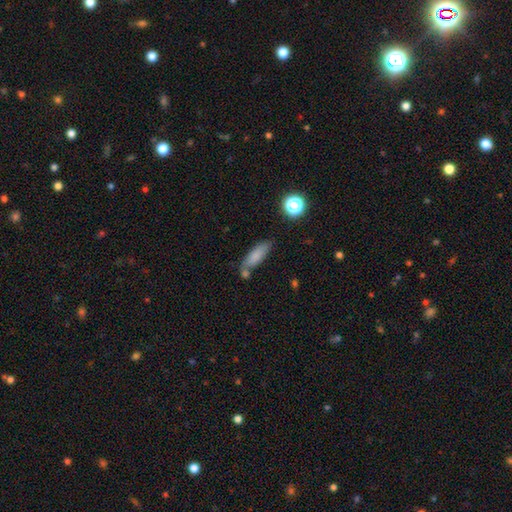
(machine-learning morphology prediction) Smooth or featured? smooth (79%)
How rounded? in between (55%)
Merging? none (58%)